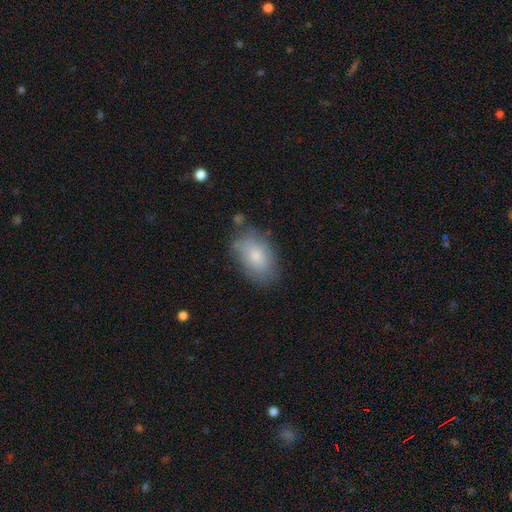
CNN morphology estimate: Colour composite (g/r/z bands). It shows a smooth galaxy with no disk features (75%) that is in between round and cigar-shaped (91%). Merging: none (69%).